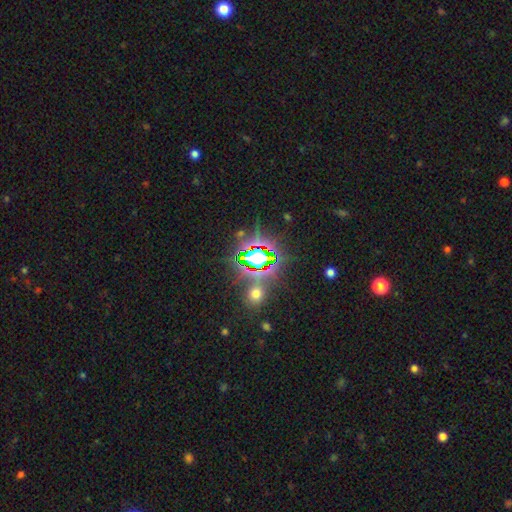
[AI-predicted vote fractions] Smooth or featured? Predicted: star or artifact (p=0.76).